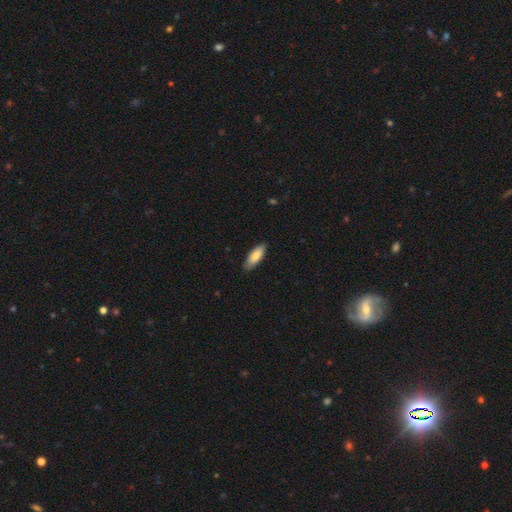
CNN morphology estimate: This appears to be a smooth galaxy with no disk features (83%) that is in between round and cigar-shaped (69%). Merging: none (84%).